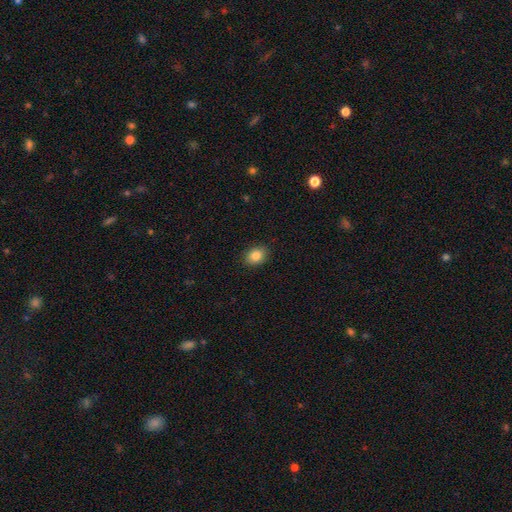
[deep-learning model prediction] Smooth or featured? smooth (85%)
How rounded? in between (62%)
Merging? none (89%)